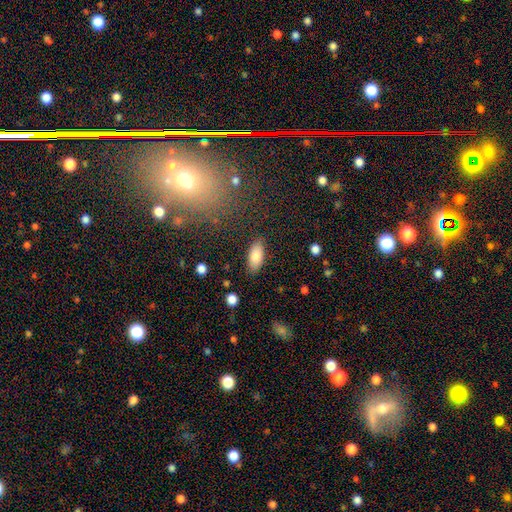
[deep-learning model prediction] A smooth galaxy with no disk features (83%) that is in between round and cigar-shaped (88%).

Vote fractions:
- Smooth or featured? smooth: 83% / featured or disk: 10% / star or artifact: 7%
- How rounded? in between: 88% / cigar-shaped: 10% / round: 2%
- Merging? none: 86% / minor disturbance: 10% / major disturbance: 3% / merger: 2%